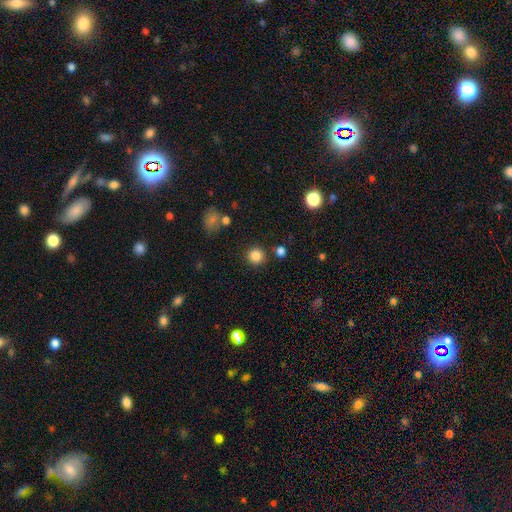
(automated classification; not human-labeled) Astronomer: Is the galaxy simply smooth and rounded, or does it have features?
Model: smooth — 84%.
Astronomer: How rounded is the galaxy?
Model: round — 93%.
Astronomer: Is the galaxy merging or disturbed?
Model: none — 86%.